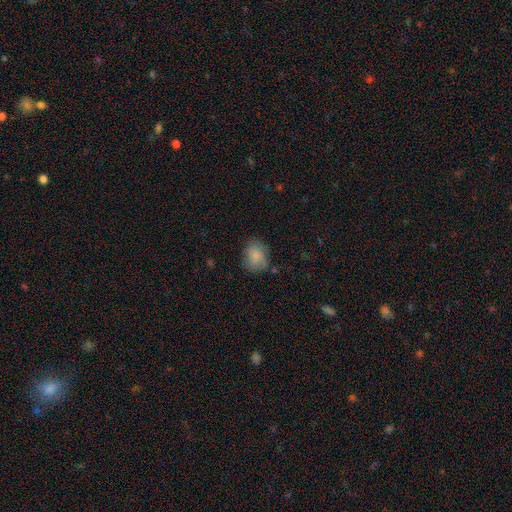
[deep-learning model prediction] Morphology: type=smooth (82%); roundness=in between (50%); merging=none (66%).